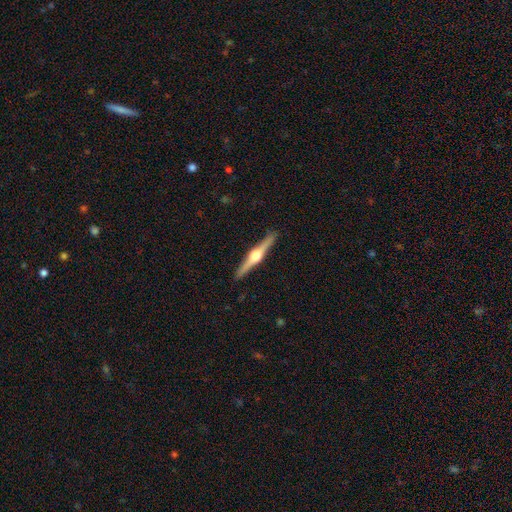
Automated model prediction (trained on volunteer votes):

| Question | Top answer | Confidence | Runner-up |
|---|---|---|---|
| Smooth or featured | featured or disk | 83% | smooth (13%) |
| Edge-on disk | yes | 99% | no (1%) |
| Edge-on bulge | rounded | 96% | boxy (3%) |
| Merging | none | 92% | minor disturbance (6%) |